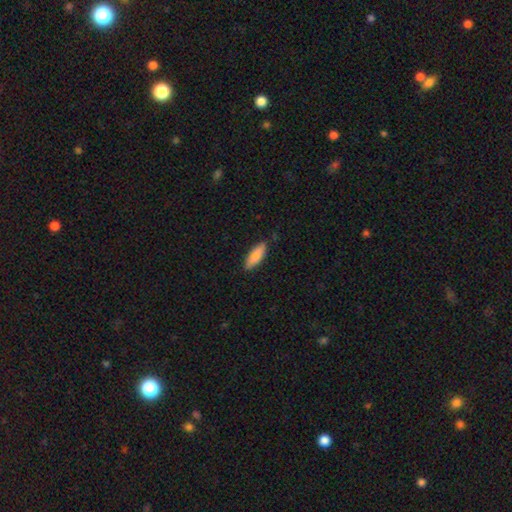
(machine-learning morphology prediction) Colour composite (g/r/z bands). It shows a smooth galaxy with no disk features (87%) that is in between round and cigar-shaped (58%). Merging: none (84%).